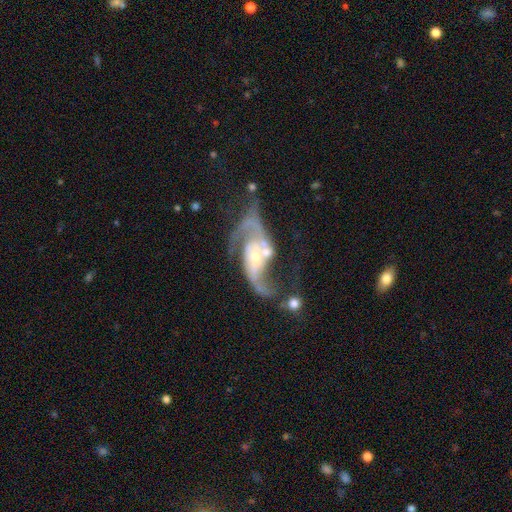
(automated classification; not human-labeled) This appears to be a featured or disk galaxy (88%) with no bar (54%), 2 (88%) loose (57%) spiral arms (95%) and a small central bulge (56%). Merging: none (35%).